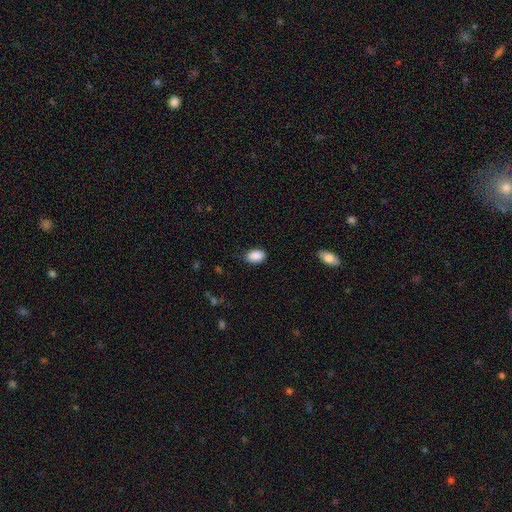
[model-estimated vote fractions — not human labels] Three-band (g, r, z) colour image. It shows a smooth galaxy with no disk features (90%) that is in between round and cigar-shaped (88%). Merging: none (84%).